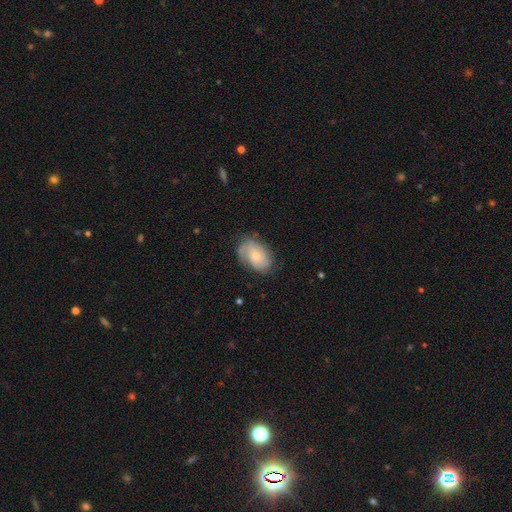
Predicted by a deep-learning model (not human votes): A smooth galaxy with no disk features (52%) that is in between round and cigar-shaped (85%). Merging: none (65%).